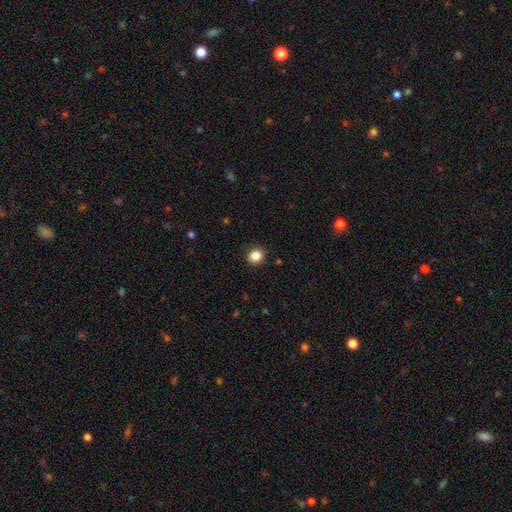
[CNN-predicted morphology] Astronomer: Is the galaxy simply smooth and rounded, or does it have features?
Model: smooth — 85%.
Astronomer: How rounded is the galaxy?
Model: round — 84%.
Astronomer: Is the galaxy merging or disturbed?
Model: none — 91%.